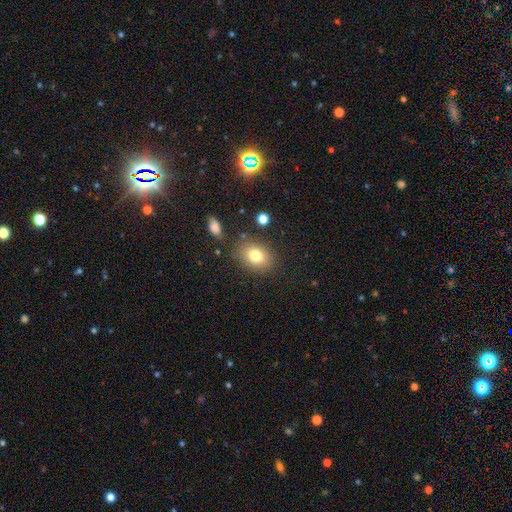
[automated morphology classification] Smooth or featured? smooth (79%)
How rounded? in between (66%)
Merging? none (79%)